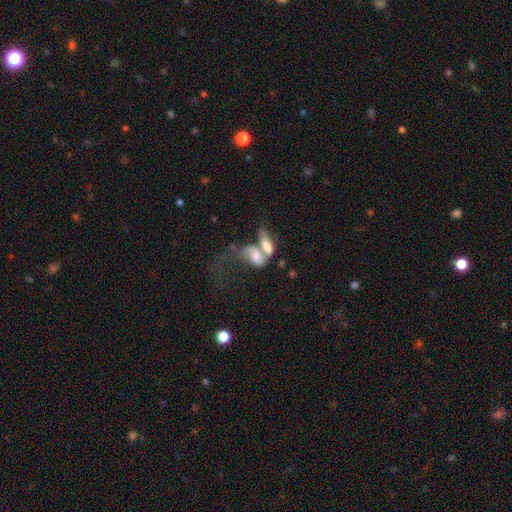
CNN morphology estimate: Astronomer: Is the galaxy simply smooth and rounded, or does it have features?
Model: smooth — 56% (runner-up: featured or disk, 35%).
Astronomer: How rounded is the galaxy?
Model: in between — 82%.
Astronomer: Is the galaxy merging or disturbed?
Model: merger — 74%.